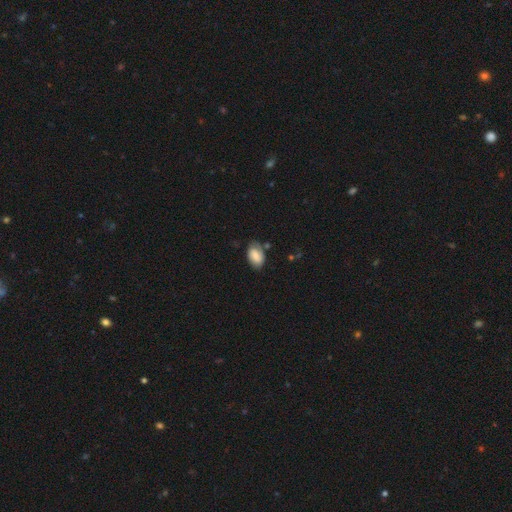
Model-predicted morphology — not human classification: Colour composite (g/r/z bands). It shows a smooth galaxy with no disk features (78%) that is in between round and cigar-shaped (90%). Merging: none (66%).